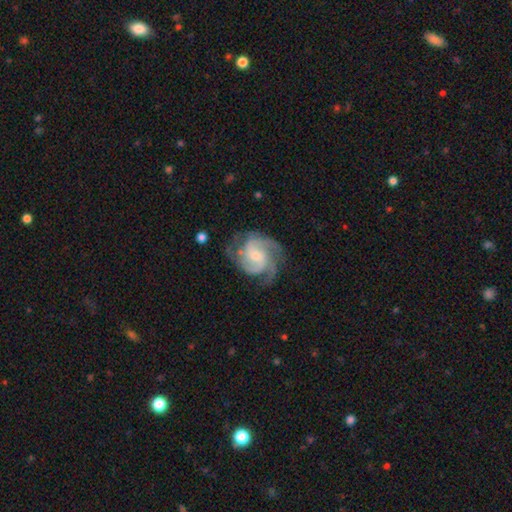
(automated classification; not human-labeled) featured or disk 88%, smooth 7%, star or artifact 5%. Down the decision tree: edge-on disk — no (98%); bar — no (54%); spiral arms — yes (98%); spiral arm count — 3 (44%); spiral winding — medium (49%); bulge size — small (47%); merging — none (69%).